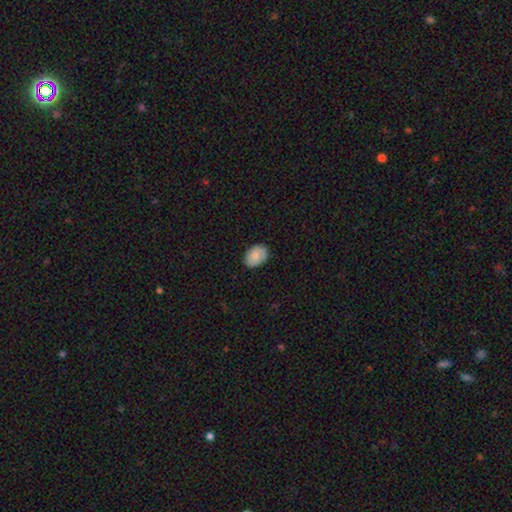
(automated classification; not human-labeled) Smooth or featured: smooth — 81% (featured or disk — 11%)
How rounded: in between — 80% (round — 19%)
Merging: none — 78% (minor disturbance — 17%)